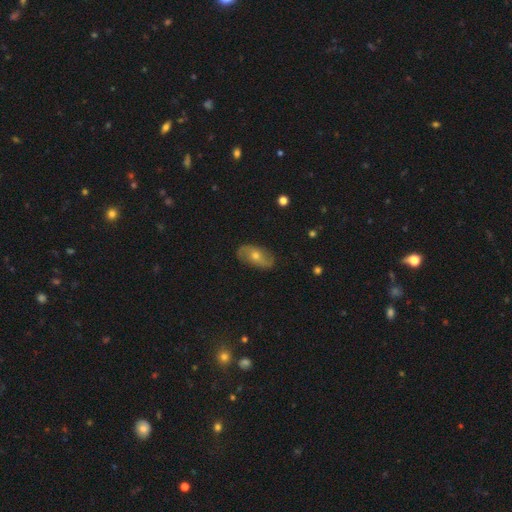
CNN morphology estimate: type=featured or disk (62%); edge-on=no (90%); bar=no (65%); spiral arms=yes (80%); bulge=moderate (59%); merging=none (82%).